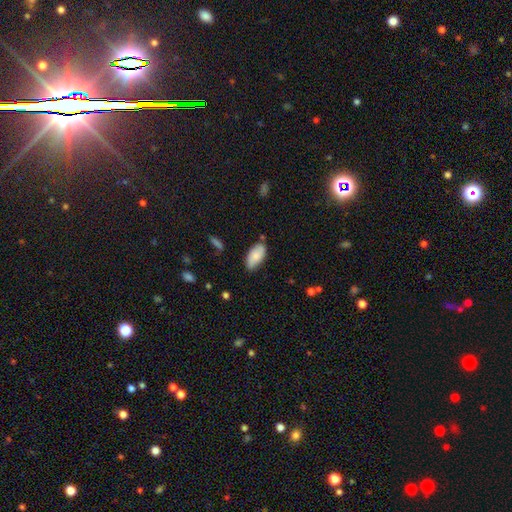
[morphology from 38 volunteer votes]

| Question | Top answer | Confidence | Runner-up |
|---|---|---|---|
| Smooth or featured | smooth | 76% | featured or disk (24%) |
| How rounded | in between | 97% | cigar-shaped (3%) |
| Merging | none | 63% | minor disturbance (29%) |